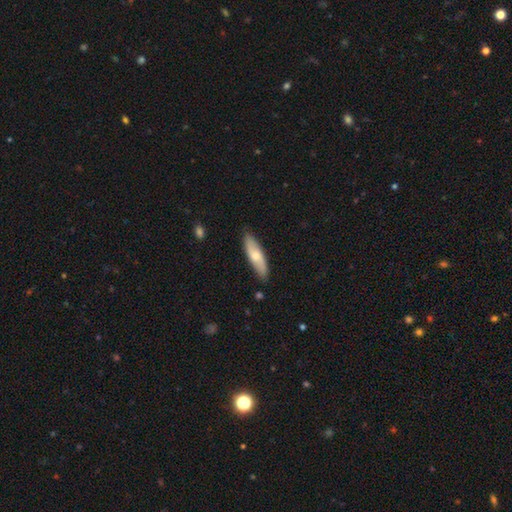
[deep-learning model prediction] A smooth galaxy with no disk features (62%) that is cigar-shaped (55%). Merging: none (84%).